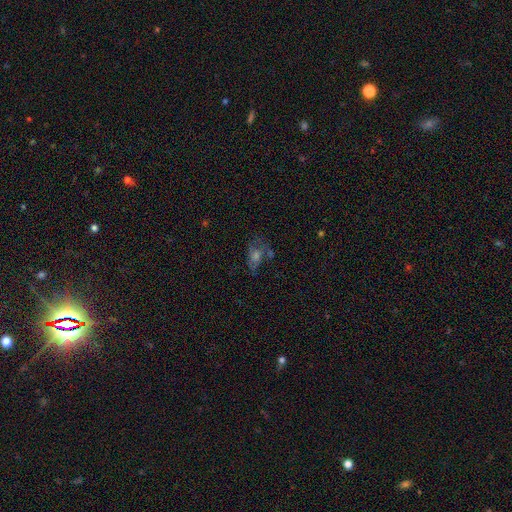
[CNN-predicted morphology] type=featured or disk (41%); merging=none (47%).